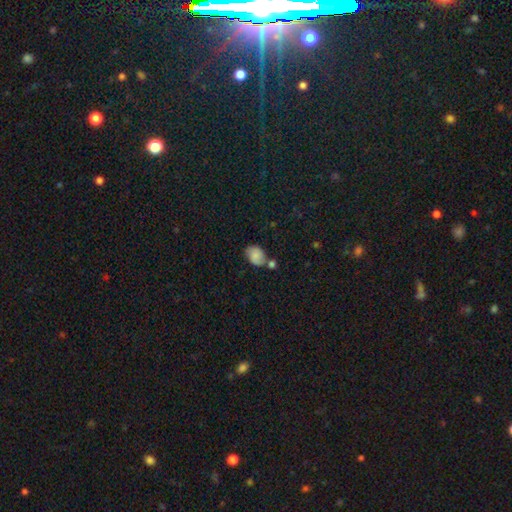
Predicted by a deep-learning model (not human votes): This appears to be a smooth galaxy with no disk features (74%) that is in between round and cigar-shaped (70%). Merging: none (46%).